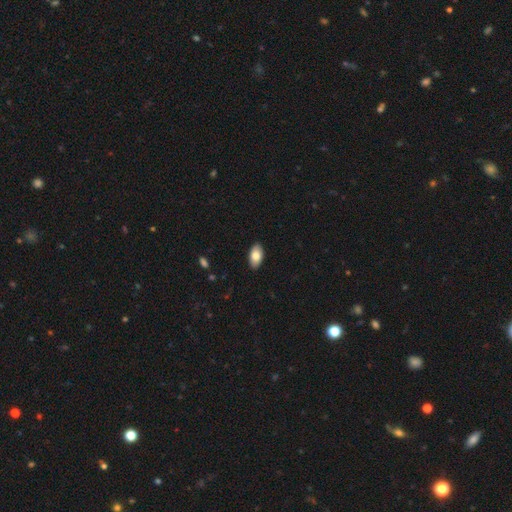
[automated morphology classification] A smooth galaxy with no disk features (81%) that is in between round and cigar-shaped (94%). Merging: none (90%).